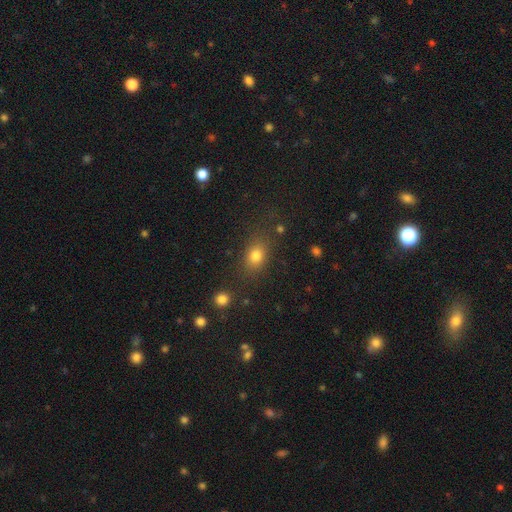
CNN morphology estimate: Smooth or featured? smooth (79%)
How rounded? in between (62%)
Merging? none (77%)